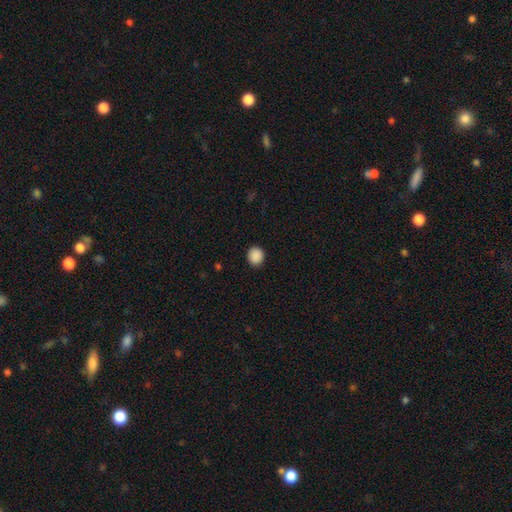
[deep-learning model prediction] This is clearly a smooth galaxy (89%). How rounded: likely round (79%). Merging: clearly none (91%).